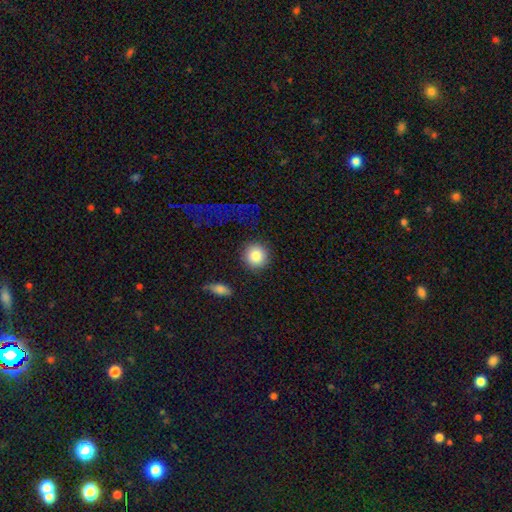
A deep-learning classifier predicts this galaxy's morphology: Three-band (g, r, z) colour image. It shows a smooth galaxy with no disk features (85%) that is round (93%). Merging: none (88%).